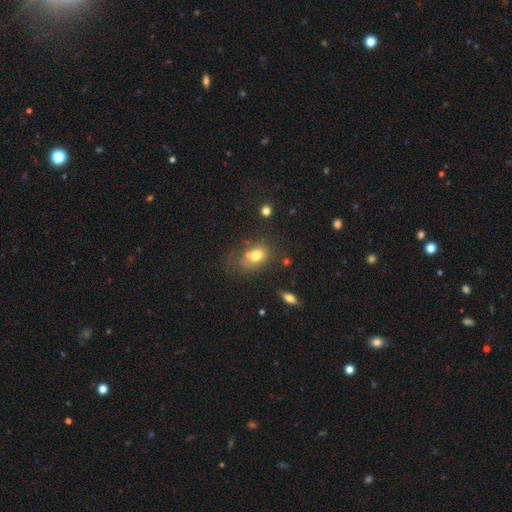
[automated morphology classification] Overall: smooth (69%). How rounded: in between (62%; round 37%). Merging: none (40%; merger 29%).